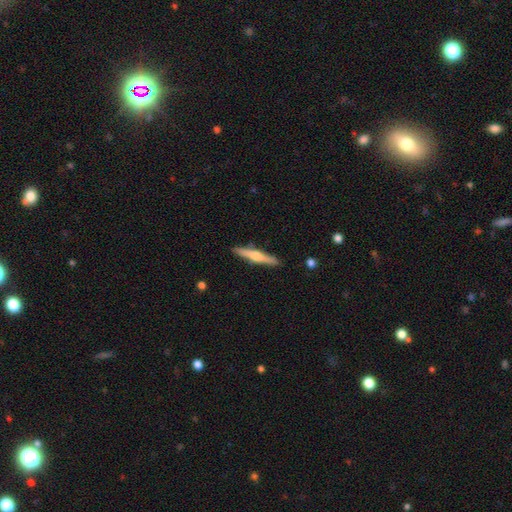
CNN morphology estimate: Smooth or featured? Predicted: featured or disk (p=0.59). Edge-on disk? Predicted: yes (p=0.97). Edge-on bulge? Predicted: rounded (p=0.86). Merging? Predicted: none (p=0.90).